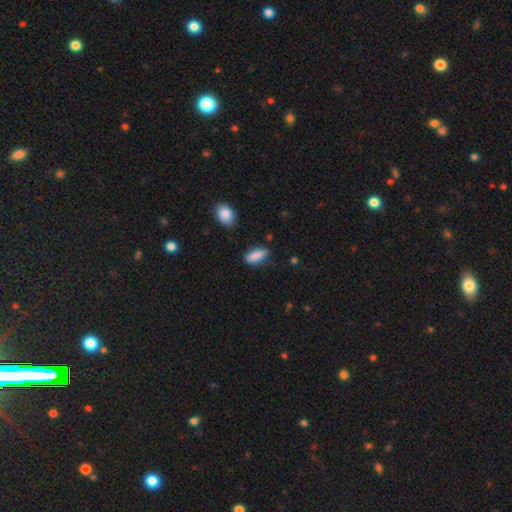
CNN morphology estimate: Smooth or featured? smooth (85%)
How rounded? in between (67%)
Merging? none (76%)